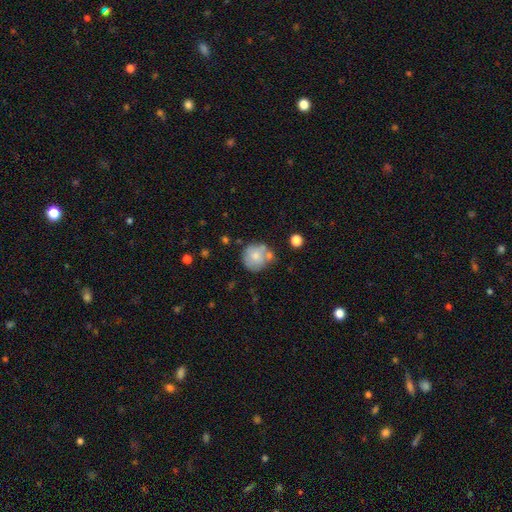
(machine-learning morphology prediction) Overall: smooth (70%). How rounded: round (88%). Merging: none (58%; minor disturbance 20%).